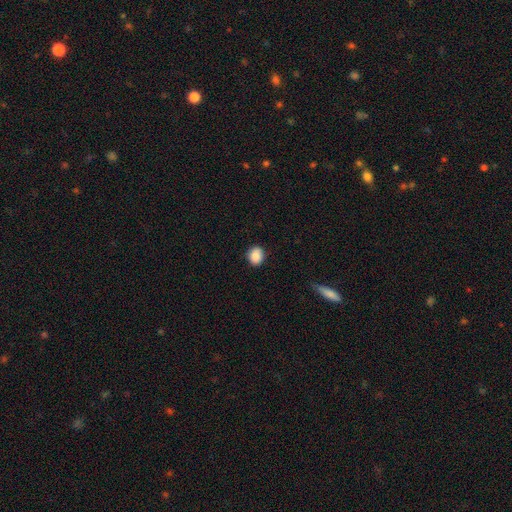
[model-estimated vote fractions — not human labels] This is clearly a smooth galaxy (89%). How rounded: possibly round (58%). Merging: clearly none (86%).